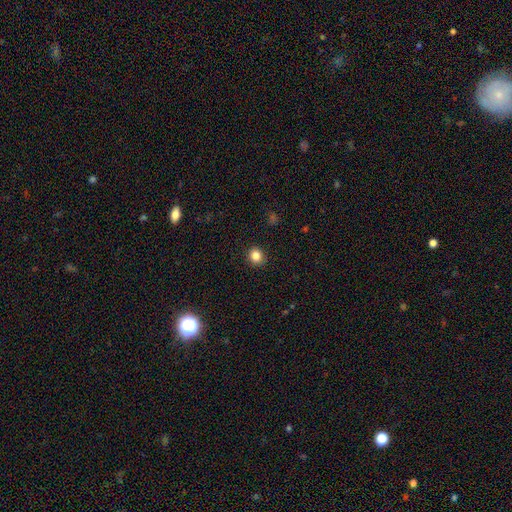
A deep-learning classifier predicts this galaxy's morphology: The model was most divided on "how rounded": round: 81%, in between: 18%, cigar-shaped: 1%. More confident: merging — none (92%); smooth or featured — smooth (84%).